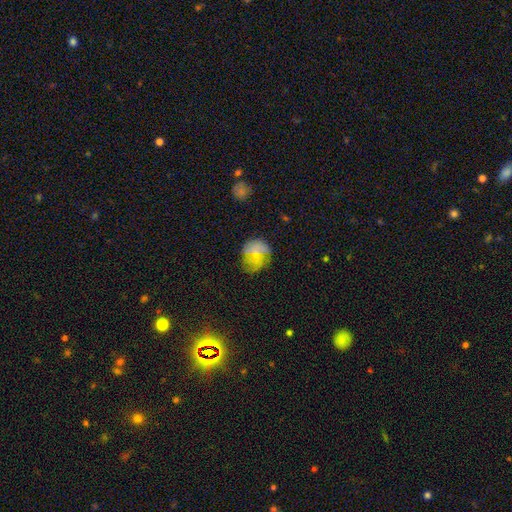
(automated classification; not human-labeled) Morphology: type=smooth (60%); roundness=round (66%); merging=none (51%).